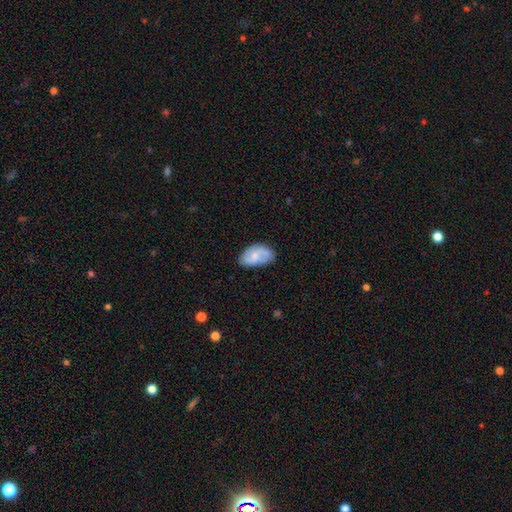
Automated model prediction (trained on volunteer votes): smooth-or-featured: featured or disk: 47% (tied) | smooth: 47% (tied) | star or artifact: 6%
  merging: none: 67% | minor disturbance: 25% | major disturbance: 6% | merger: 2%